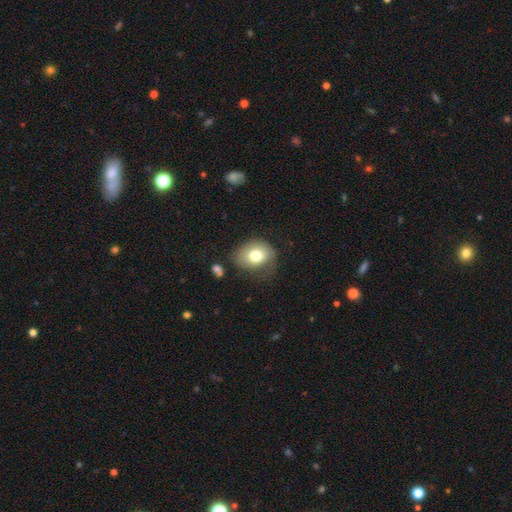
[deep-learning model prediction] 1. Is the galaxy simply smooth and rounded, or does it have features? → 75% smooth, 16% featured or disk, 9% star or artifact.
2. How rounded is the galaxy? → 51% round, 48% in between, 1% cigar-shaped.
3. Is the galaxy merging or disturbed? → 54% none, 29% minor disturbance, 14% major disturbance, 4% merger.